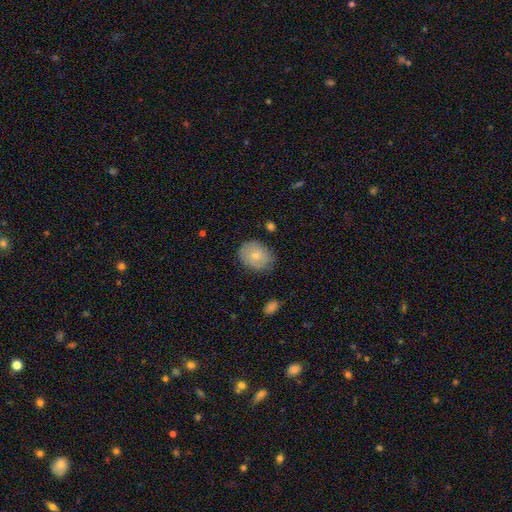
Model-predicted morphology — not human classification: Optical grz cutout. It shows a smooth galaxy with no disk features (73%) that is in between round and cigar-shaped (52%). Merging: none (73%).